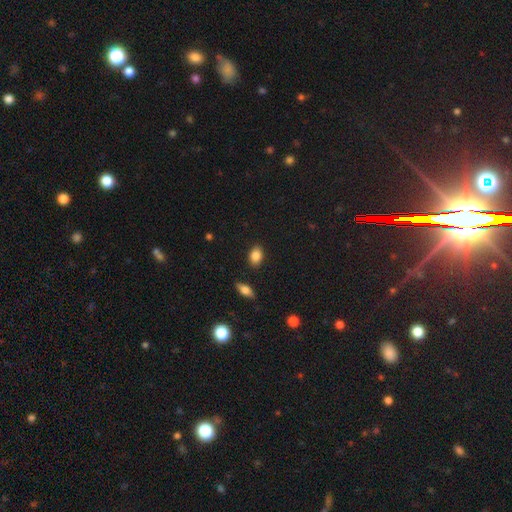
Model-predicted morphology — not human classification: smooth-or-featured: smooth: 85% | star or artifact: 8% | featured or disk: 6%
  how-rounded: in between: 80% | round: 18% | cigar-shaped: 2%
  merging: none: 87% | minor disturbance: 9% | major disturbance: 2% | merger: 2%